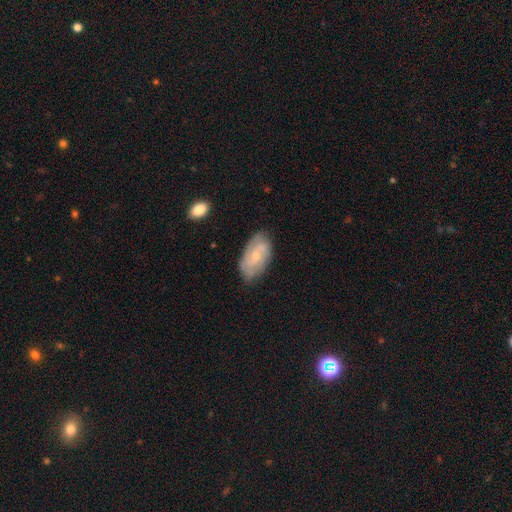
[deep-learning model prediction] Q: Smooth or featured?
A: featured or disk (62%); runner-up: smooth (32%)
Q: Edge-on disk?
A: no (95%); runner-up: yes (5%)
Q: Bar?
A: no (61%); runner-up: weak (33%)
Q: Spiral arms?
A: yes (81%); runner-up: no (19%)
Q: Bulge size?
A: small (63%); runner-up: moderate (31%)
Q: Merging?
A: none (72%); runner-up: minor disturbance (21%)